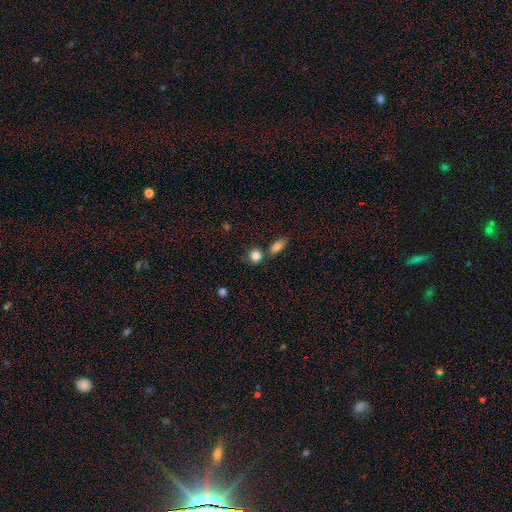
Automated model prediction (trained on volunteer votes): Smooth or featured?
  - smooth: 84% *
  - star or artifact: 10%
  - featured or disk: 6%
How rounded?
  - round: 82% *
  - in between: 17%
  - cigar-shaped: 2%
Merging?
  - none: 69% *
  - merger: 16%
  - minor disturbance: 11%
  - major disturbance: 3%